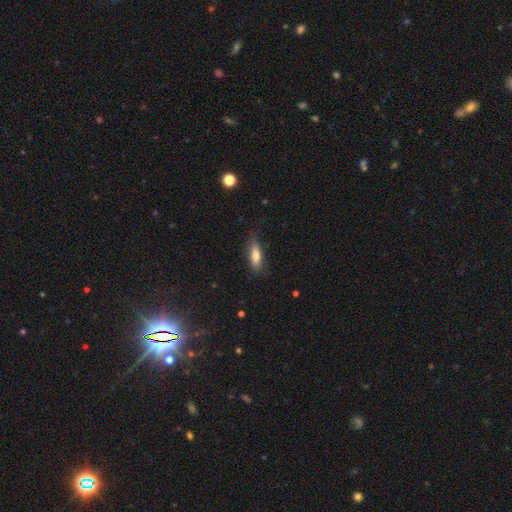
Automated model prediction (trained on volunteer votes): Smooth or featured? smooth (71%)
How rounded? in between (51%)
Merging? none (76%)